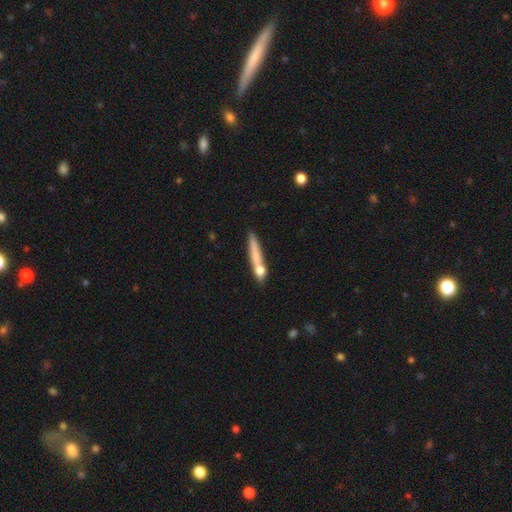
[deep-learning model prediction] Overall: smooth (64%; featured or disk 28%). How rounded: cigar-shaped (89%). Merging: none (59%; merger 20%).